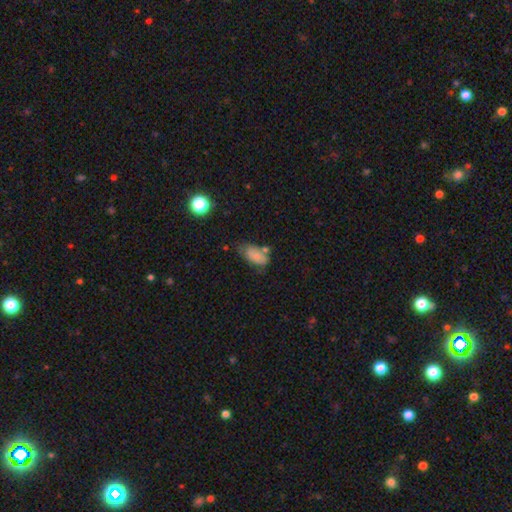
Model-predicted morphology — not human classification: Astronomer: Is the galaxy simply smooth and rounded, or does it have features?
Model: smooth — 76%.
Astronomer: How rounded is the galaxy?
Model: in between — 91%.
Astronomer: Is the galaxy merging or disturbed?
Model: none — 42% (runner-up: minor disturbance, 32%).